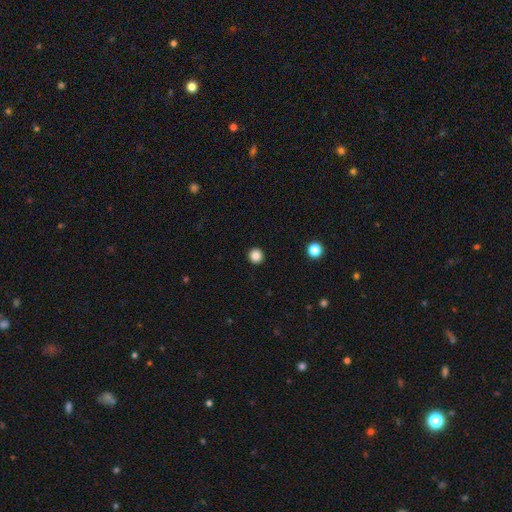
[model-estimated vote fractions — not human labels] Smooth or featured: smooth — 86% (star or artifact — 11%)
How rounded: round — 95% (in between — 4%)
Merging: none — 93% (minor disturbance — 4%)